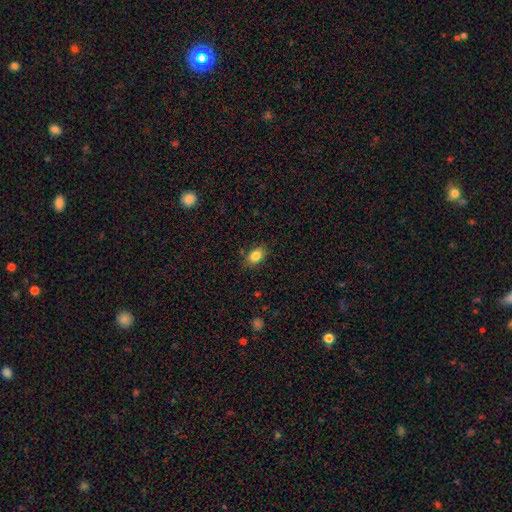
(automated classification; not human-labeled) A smooth galaxy with no disk features (85%) that is in between round and cigar-shaped (82%). Merging: none (83%).